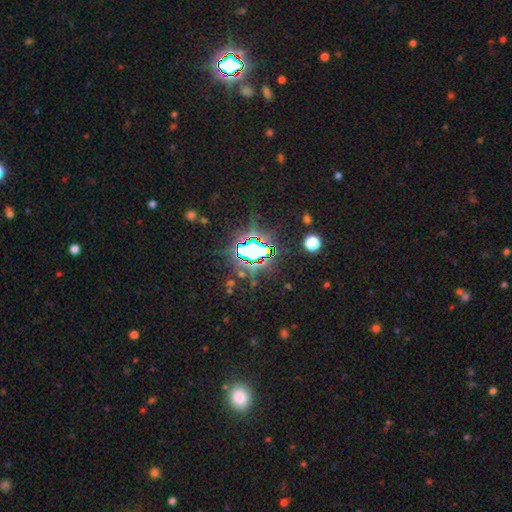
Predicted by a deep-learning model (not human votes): The model was most divided on "smooth or featured": star or artifact: 84%, smooth: 9%, featured or disk: 7%.